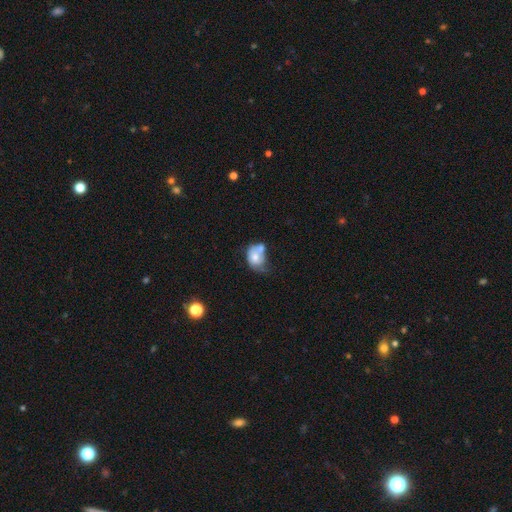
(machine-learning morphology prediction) A smooth galaxy with no disk features (63%) that is in between round and cigar-shaped (56%). Merging: merger (43%).